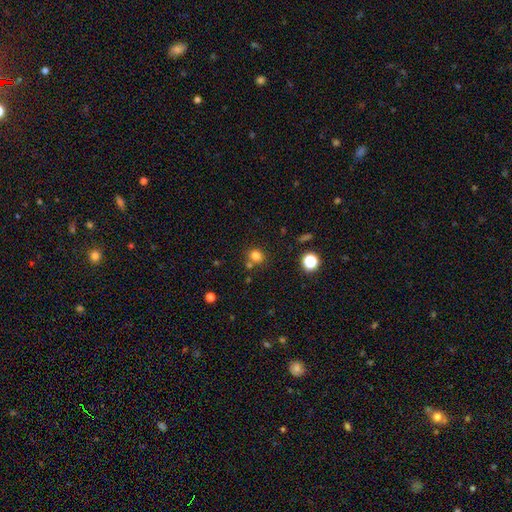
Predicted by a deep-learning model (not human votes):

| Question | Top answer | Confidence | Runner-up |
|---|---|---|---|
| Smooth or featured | smooth | 79% | star or artifact (16%) |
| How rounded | round | 84% | in between (15%) |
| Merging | none | 72% | merger (15%) |